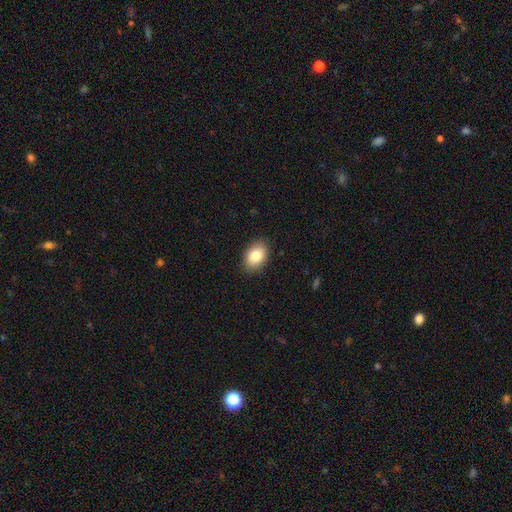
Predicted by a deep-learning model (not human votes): Smooth or featured? smooth (83%)
How rounded? in between (85%)
Merging? none (88%)